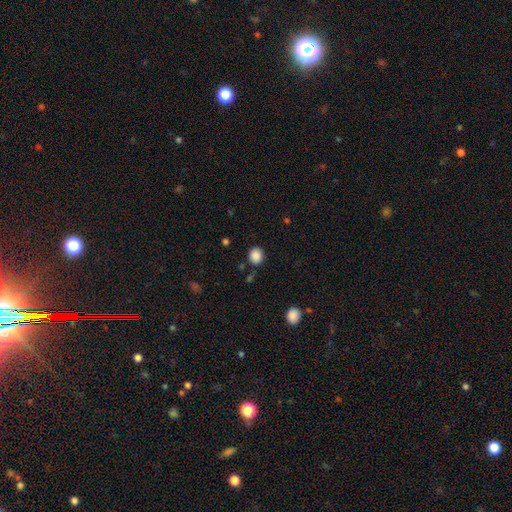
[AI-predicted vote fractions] Smooth or featured? Predicted: smooth (p=0.87). How rounded? Predicted: round (p=0.74). Merging? Predicted: none (p=0.82).